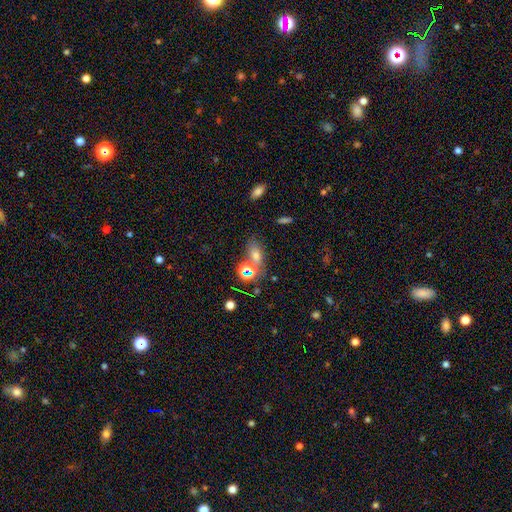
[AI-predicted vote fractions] Morphology: type=smooth (63%); roundness=in between (75%); merging=none (54%).